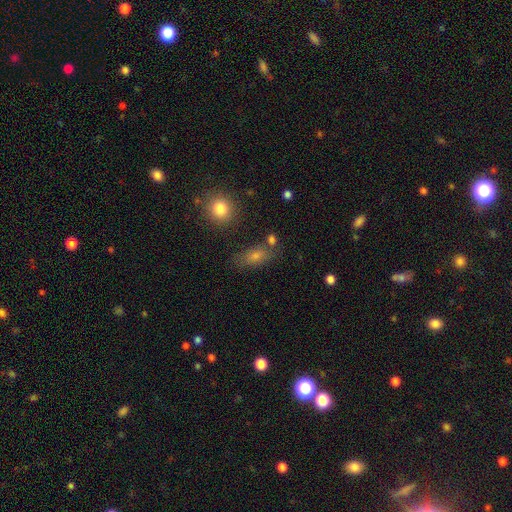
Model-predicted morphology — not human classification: Smooth or featured? Predicted: smooth (p=0.63). How rounded? Predicted: in between (p=0.73). Merging? Predicted: none (p=0.72).